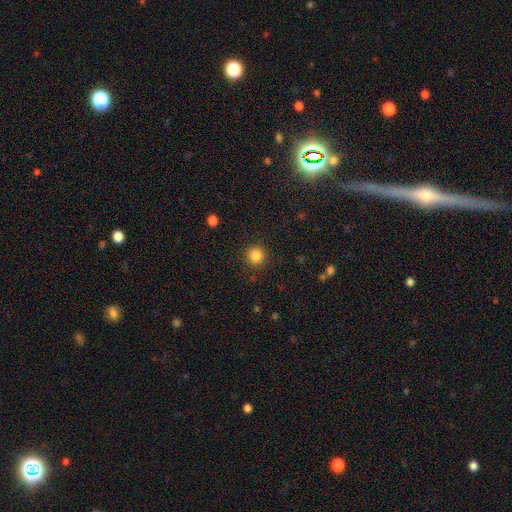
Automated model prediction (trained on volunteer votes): Overall: smooth (85%). How rounded: round (93%). Merging: none (91%).